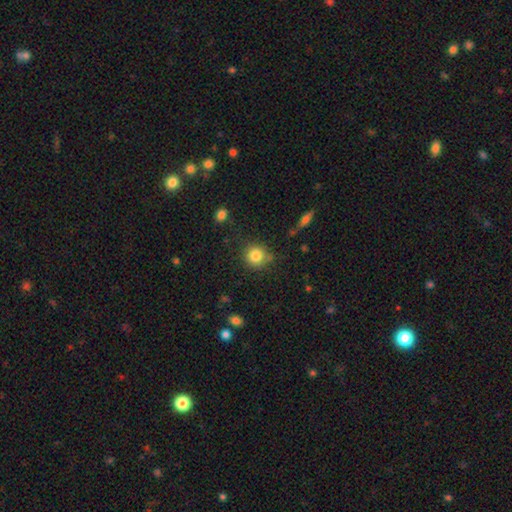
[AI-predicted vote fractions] This appears to be a smooth galaxy with no disk features (83%) that is round (91%). Merging: none (80%).